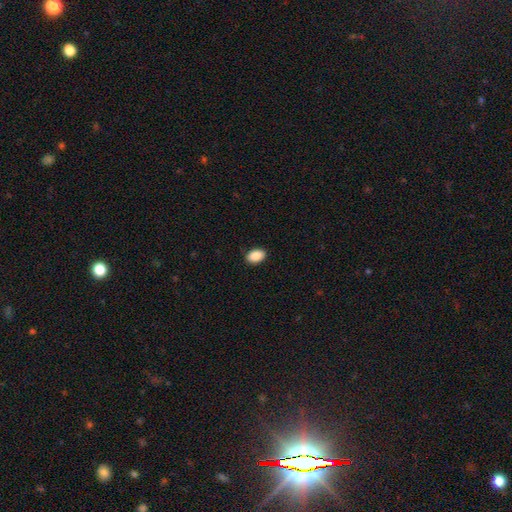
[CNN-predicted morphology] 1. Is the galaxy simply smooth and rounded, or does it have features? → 89% smooth, 7% star or artifact, 4% featured or disk.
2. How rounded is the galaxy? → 89% in between, 10% round, 1% cigar-shaped.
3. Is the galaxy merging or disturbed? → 90% none, 8% minor disturbance, 2% major disturbance, 1% merger.